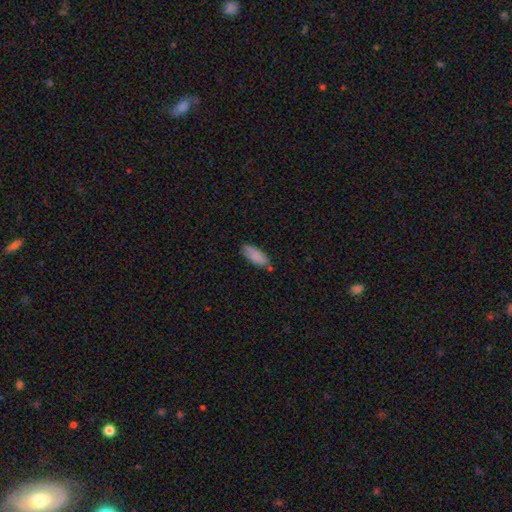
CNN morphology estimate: Smooth or featured? Predicted: smooth (p=0.88). How rounded? Predicted: in between (p=0.78). Merging? Predicted: none (p=0.74).